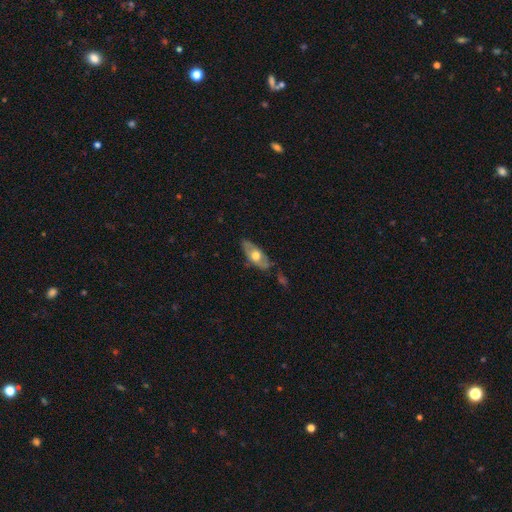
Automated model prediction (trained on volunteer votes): featured or disk 49%, smooth 45%, star or artifact 6%. Down the decision tree: merging — none (75%).